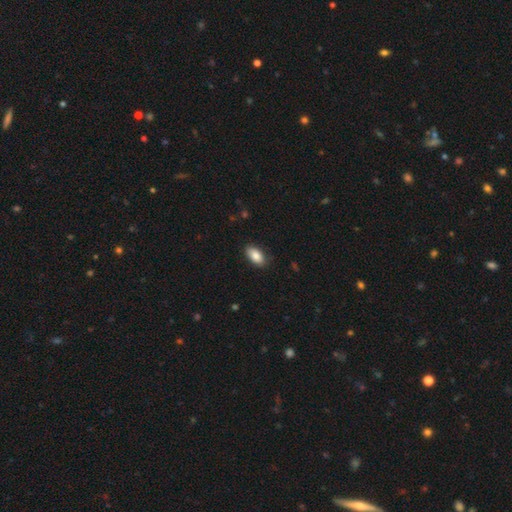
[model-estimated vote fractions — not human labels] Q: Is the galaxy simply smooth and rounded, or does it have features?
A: smooth — 86%.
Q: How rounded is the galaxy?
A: in between — 93%.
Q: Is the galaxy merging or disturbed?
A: none — 85%.